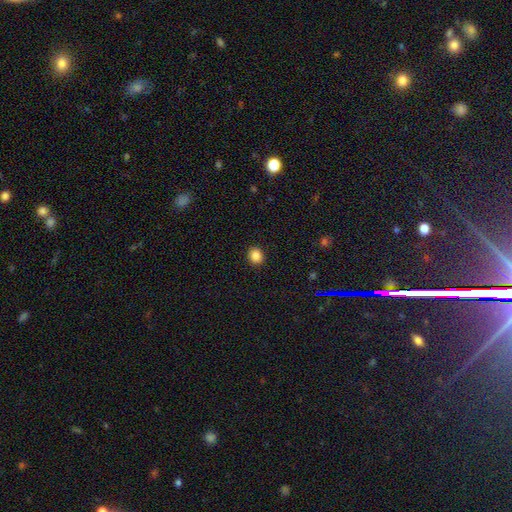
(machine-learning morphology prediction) smooth_or_featured: smooth (p=0.85) [alt: star or artifact p=0.11]
how_rounded: round (p=0.77) [alt: in between p=0.22]
merging: none (p=0.92) [alt: minor disturbance p=0.05]